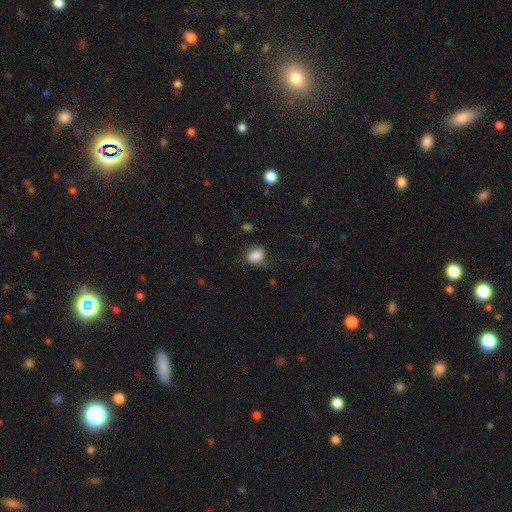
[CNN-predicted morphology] This is clearly a smooth galaxy (80%). How rounded: likely in between (75%). Merging: possibly none (56%).